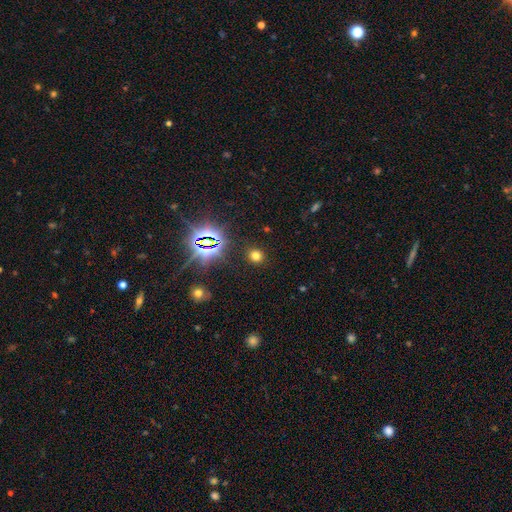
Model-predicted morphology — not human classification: The model was most divided on "smooth or featured": smooth: 66%, star or artifact: 28%, featured or disk: 6%. More confident: merging — none (89%); how rounded — round (79%).